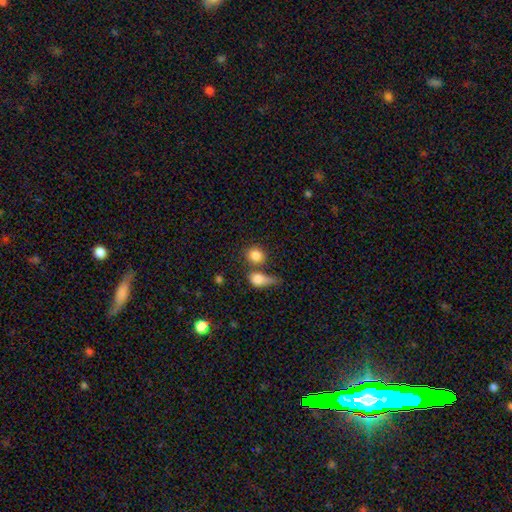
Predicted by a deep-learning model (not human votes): Smooth or featured? Predicted: smooth (p=0.84). How rounded? Predicted: round (p=0.77). Merging? Predicted: none (p=0.53).